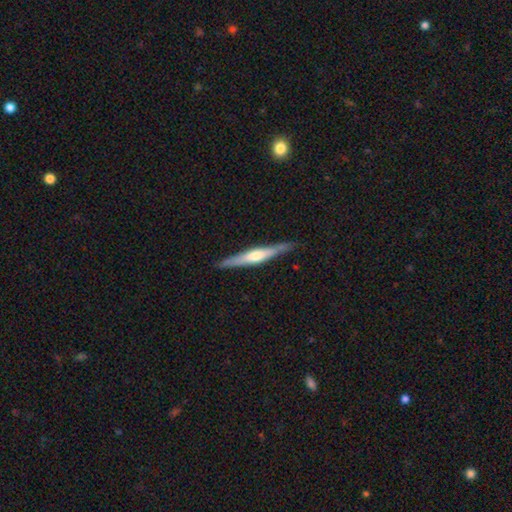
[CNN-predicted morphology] This appears to be a featured or disk galaxy (62%) viewed edge-on (96%) with a rounded central bulge (73%). Merging: none (87%).